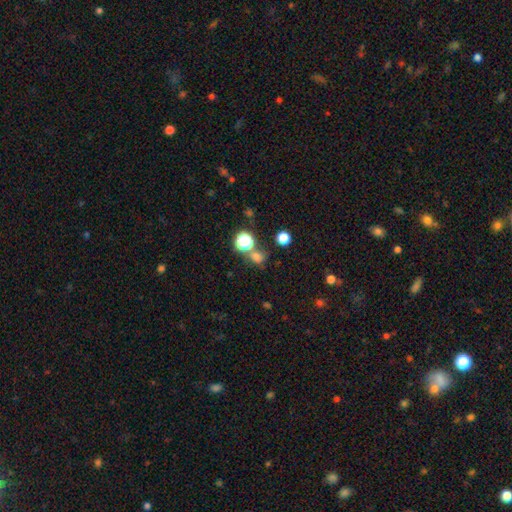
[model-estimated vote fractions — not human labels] smooth_or_featured: smooth (p=0.56) [alt: star or artifact p=0.37]
how_rounded: round (p=0.83) [alt: in between p=0.16]
merging: none (p=0.67) [alt: merger p=0.20]